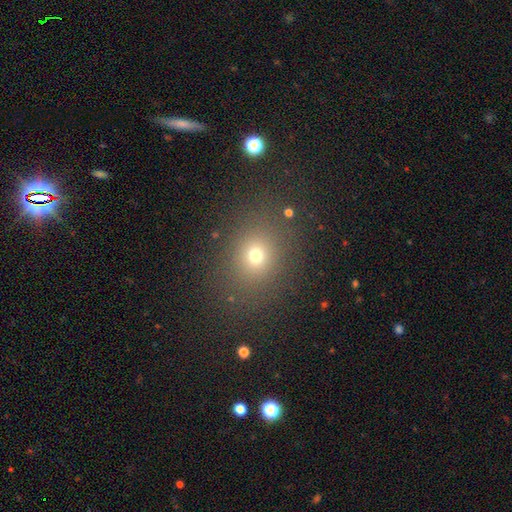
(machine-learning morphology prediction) smooth_or_featured: smooth (p=0.70) [alt: star or artifact p=0.21]
how_rounded: round (p=0.67) [alt: in between p=0.32]
merging: none (p=0.83) [alt: minor disturbance p=0.09]